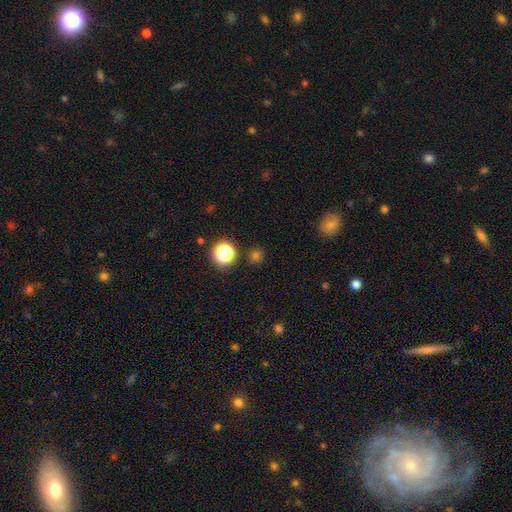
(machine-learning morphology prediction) type=smooth (65%); roundness=round (90%); merging=none (87%).